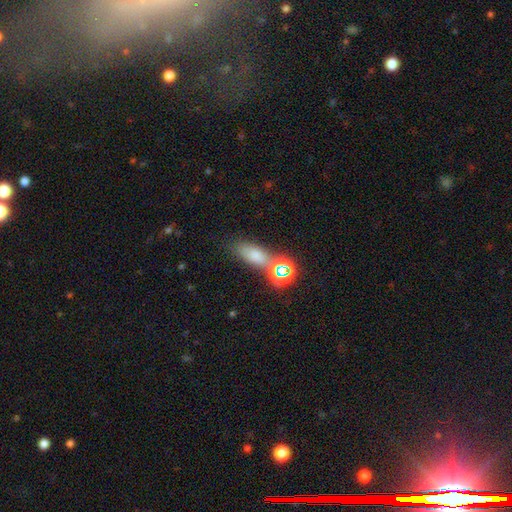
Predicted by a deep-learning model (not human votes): Morphology: type=smooth (69%); roundness=in between (71%); merging=none (61%).